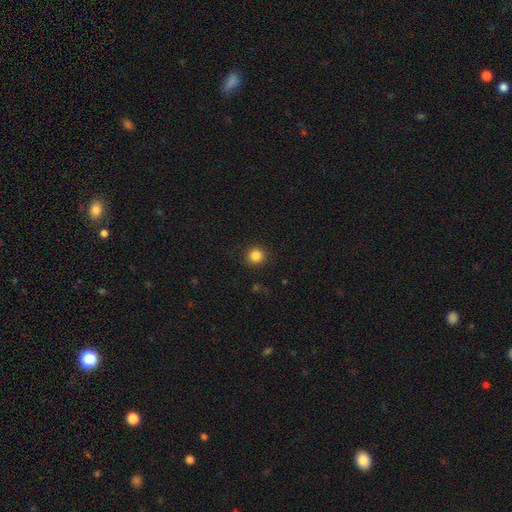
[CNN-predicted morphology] smooth-or-featured: smooth: 85% | star or artifact: 11% | featured or disk: 4%
  how-rounded: round: 93% | in between: 6% | cigar-shaped: 1%
  merging: none: 91% | minor disturbance: 6% | major disturbance: 2% | merger: 1%